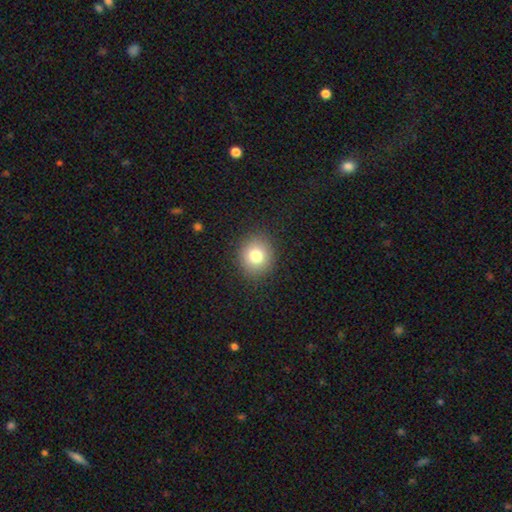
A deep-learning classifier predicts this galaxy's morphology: smooth-or-featured: smooth: 79% | star or artifact: 12% | featured or disk: 10%
  how-rounded: round: 83% | in between: 16% | cigar-shaped: 1%
  merging: none: 89% | minor disturbance: 7% | major disturbance: 3% | merger: 1%